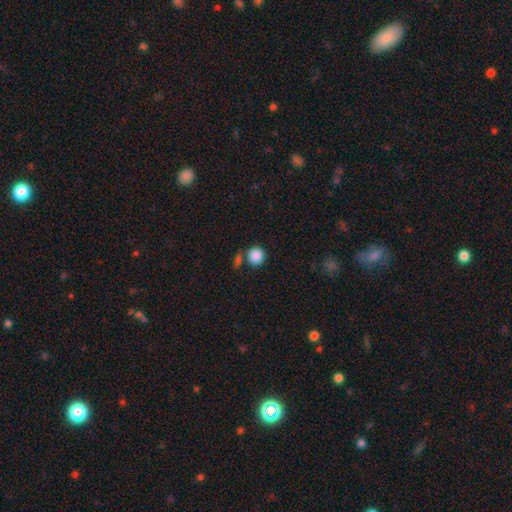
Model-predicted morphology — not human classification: This is clearly a smooth galaxy (87%). How rounded: clearly round (92%). Merging: likely none (71%).